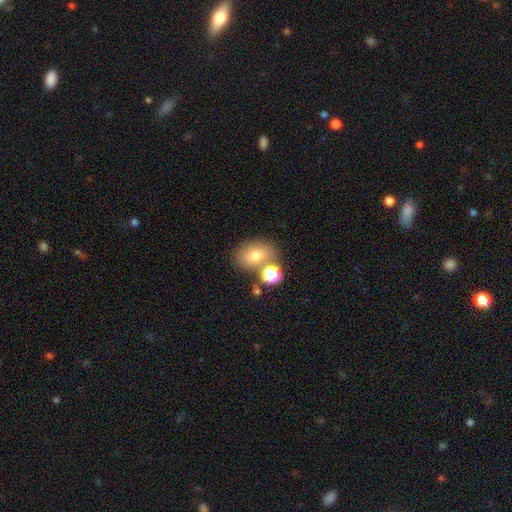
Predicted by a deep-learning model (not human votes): Smooth or featured: smooth — 73% (star or artifact — 14%)
How rounded: in between — 67% (round — 32%)
Merging: none — 65% (merger — 18%)